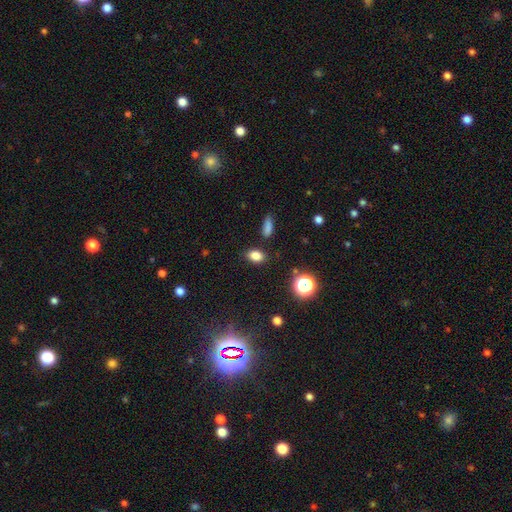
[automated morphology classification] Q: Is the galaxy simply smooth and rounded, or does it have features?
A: smooth — 80%.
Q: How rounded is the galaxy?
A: in between — 72%.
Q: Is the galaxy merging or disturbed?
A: none — 85%.